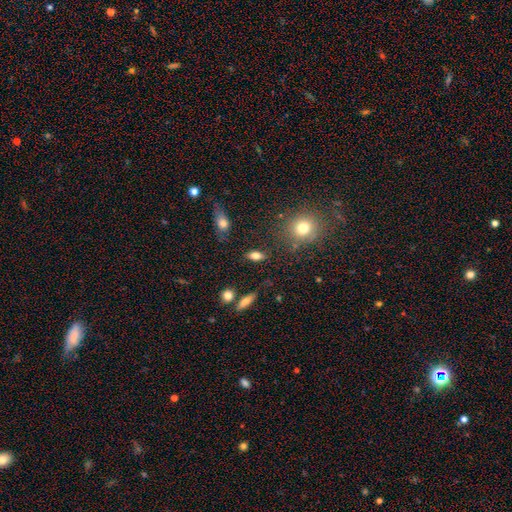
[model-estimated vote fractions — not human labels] smooth-or-featured: smooth: 71% | featured or disk: 18% | star or artifact: 11%
  how-rounded: in between: 76% | cigar-shaped: 15% | round: 9%
  merging: none: 81% | minor disturbance: 12% | major disturbance: 4% | merger: 3%